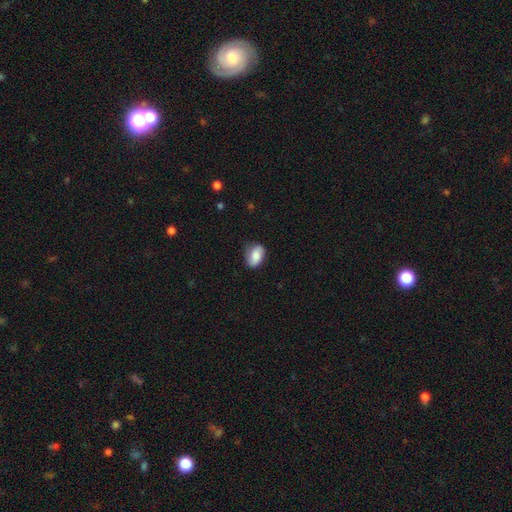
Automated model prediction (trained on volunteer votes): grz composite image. It shows a smooth galaxy with no disk features (74%) that is in between round and cigar-shaped (84%). Merging: none (69%).